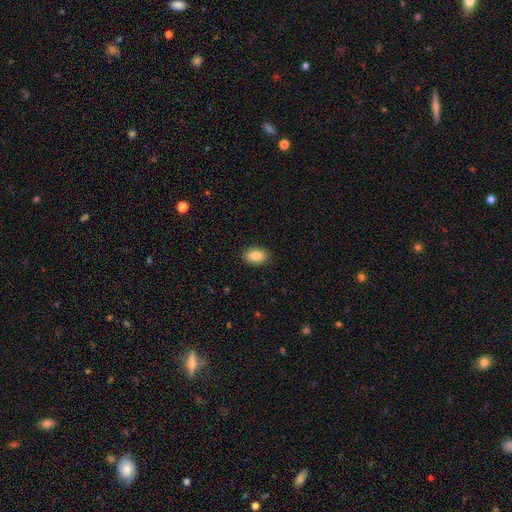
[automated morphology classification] Q: Smooth or featured?
A: smooth (87%); runner-up: star or artifact (7%)
Q: How rounded?
A: in between (90%); runner-up: round (8%)
Q: Merging?
A: none (88%); runner-up: minor disturbance (9%)